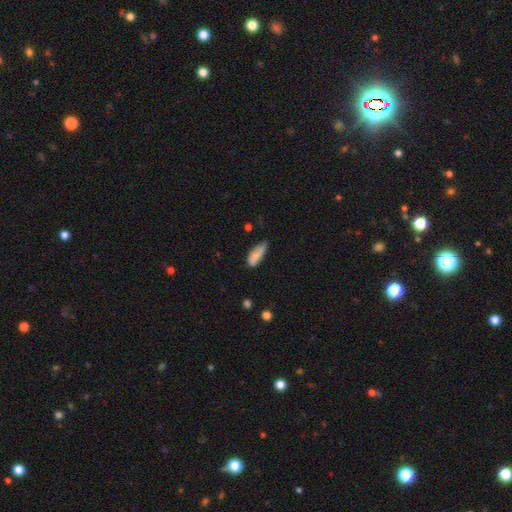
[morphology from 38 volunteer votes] This appears to be a smooth galaxy with no disk features (79%) that is in between round and cigar-shaped (80%). Merging: minor disturbance (47%).